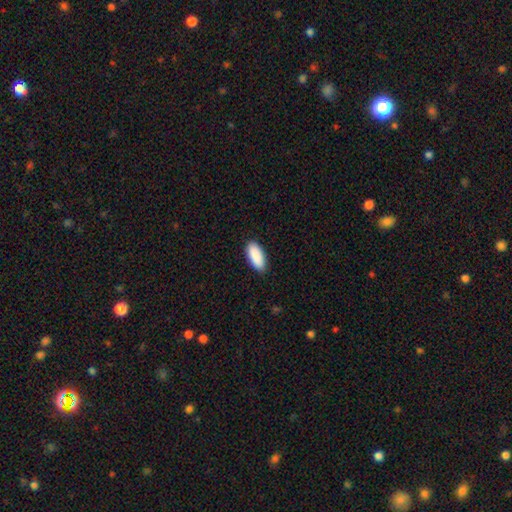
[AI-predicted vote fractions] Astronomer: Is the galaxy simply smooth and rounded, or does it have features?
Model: smooth — 91%.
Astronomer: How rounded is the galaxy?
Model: in between — 87%.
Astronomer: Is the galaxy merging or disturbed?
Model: none — 89%.